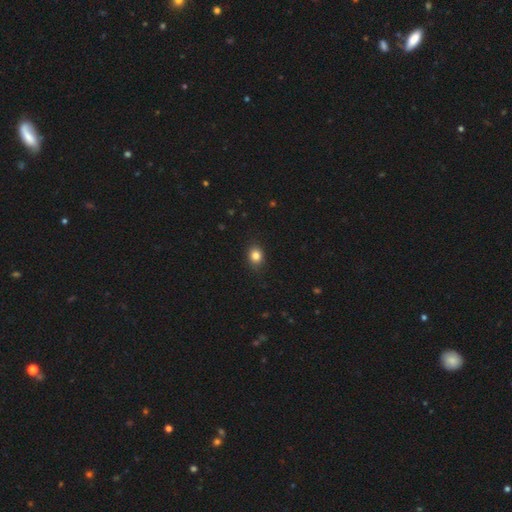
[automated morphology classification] Smooth or featured? Predicted: smooth (p=0.83). How rounded? Predicted: round (p=0.53). Merging? Predicted: none (p=0.88).